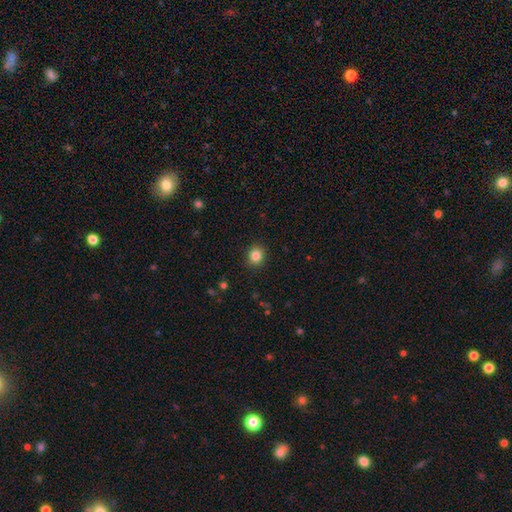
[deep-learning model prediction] A smooth galaxy with no disk features (84%) that is round (81%). Merging: none (91%).